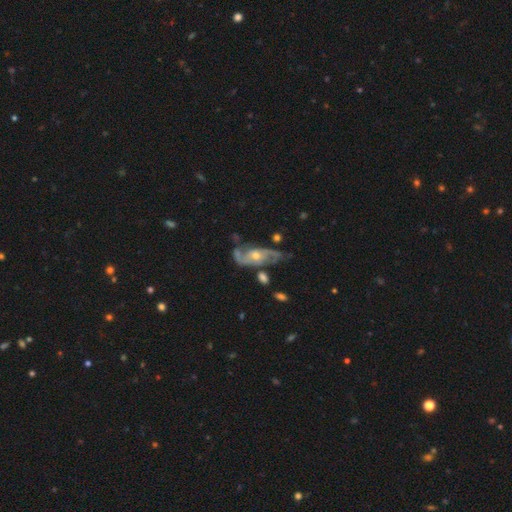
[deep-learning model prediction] Smooth or featured?
  - featured or disk: 83% *
  - smooth: 10%
  - star or artifact: 7%
Edge-on disk?
  - no: 92% *
  - yes: 8%
Bar?
  - no: 68% *
  - weak: 25%
  - strong: 7%
Spiral arms?
  - yes: 92% *
  - no: 8%
Spiral winding?
  - medium: 43% *
  - loose: 33%
  - tight: 23%
Spiral arm count?
  - 2: 77% *
  - can't tell: 11%
  - 3: 5%
  - 1: 4%
  - 4: 2%
  - more than 4: 2%
Bulge size?
  - moderate: 53% *
  - small: 41%
  - large: 3%
  - none: 1%
  - dominant: 1%
Merging?
  - none: 56% *
  - minor disturbance: 23%
  - major disturbance: 15%
  - merger: 7%